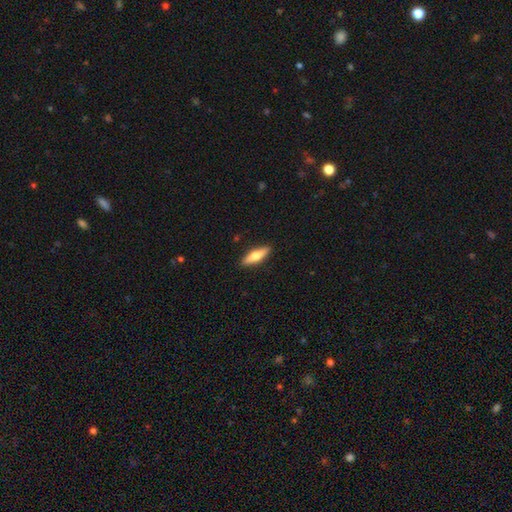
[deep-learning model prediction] Q: Smooth or featured?
A: smooth (58%); runner-up: featured or disk (36%)
Q: How rounded?
A: cigar-shaped (63%); runner-up: in between (35%)
Q: Merging?
A: none (90%); runner-up: minor disturbance (7%)